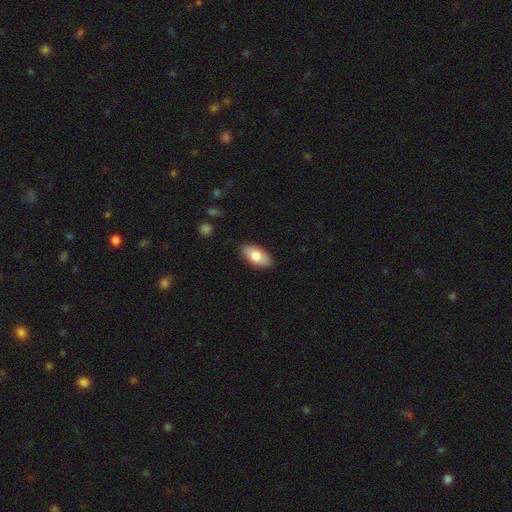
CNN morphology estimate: Smooth or featured? Predicted: smooth (p=0.80). How rounded? Predicted: in between (p=0.92). Merging? Predicted: none (p=0.87).